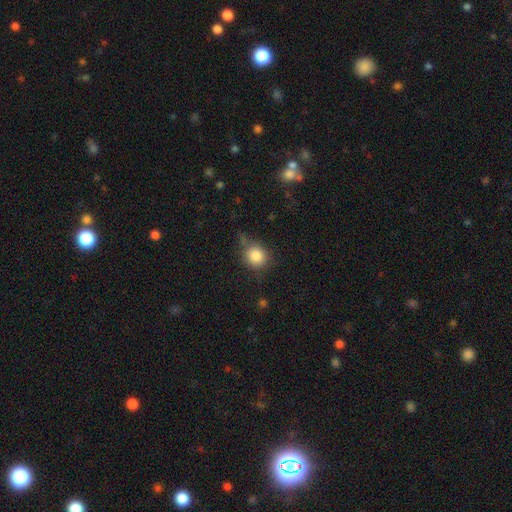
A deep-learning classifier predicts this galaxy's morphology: This is clearly a smooth galaxy (83%). How rounded: clearly round (81%). Merging: likely none (63%).